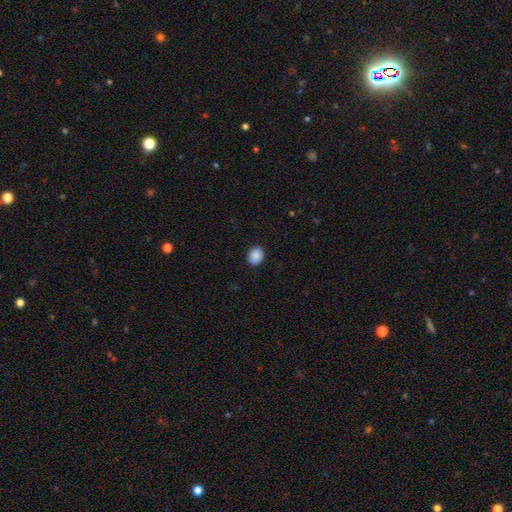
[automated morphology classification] This appears to be a smooth galaxy with no disk features (89%) that is round (55%). Merging: none (90%).